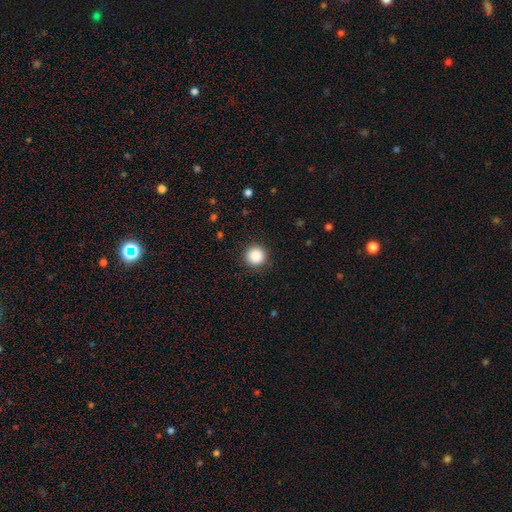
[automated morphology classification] smooth 87%, star or artifact 9%, featured or disk 4%. Down the decision tree: how rounded — round (96%); merging — none (91%).